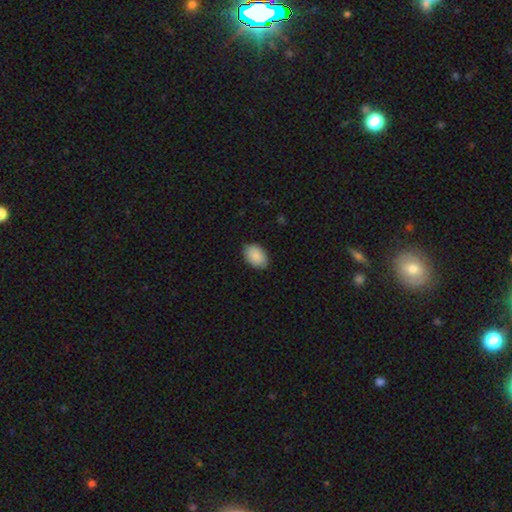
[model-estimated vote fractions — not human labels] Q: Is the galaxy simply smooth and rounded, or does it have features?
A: smooth — 90%.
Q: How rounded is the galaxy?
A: in between — 89%.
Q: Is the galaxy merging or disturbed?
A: none — 87%.